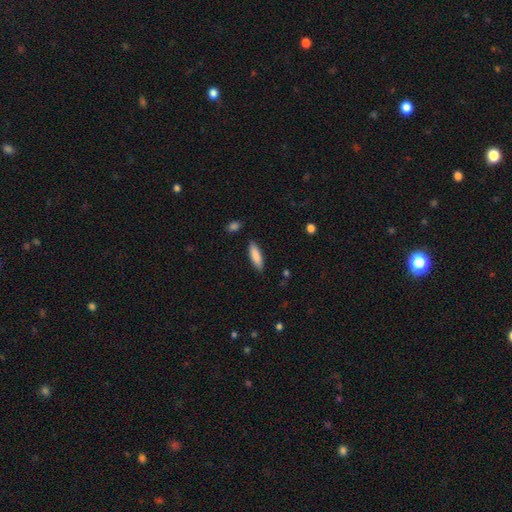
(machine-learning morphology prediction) smooth_or_featured: smooth (p=0.85) [alt: featured or disk p=0.10]
how_rounded: cigar-shaped (p=0.54) [alt: in between p=0.44]
merging: none (p=0.87) [alt: minor disturbance p=0.10]